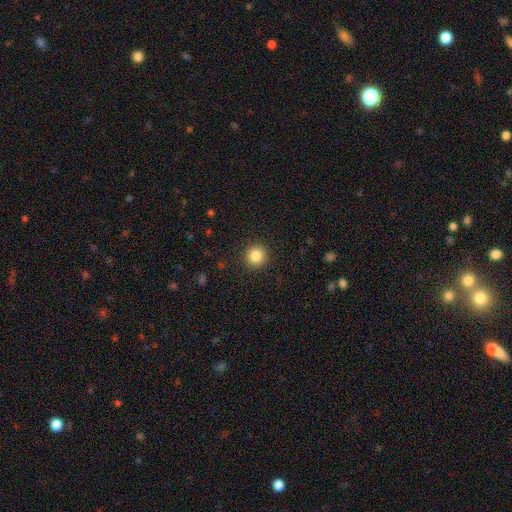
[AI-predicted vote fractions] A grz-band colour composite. It shows a smooth galaxy with no disk features (85%) that is round (95%). Merging: none (92%).